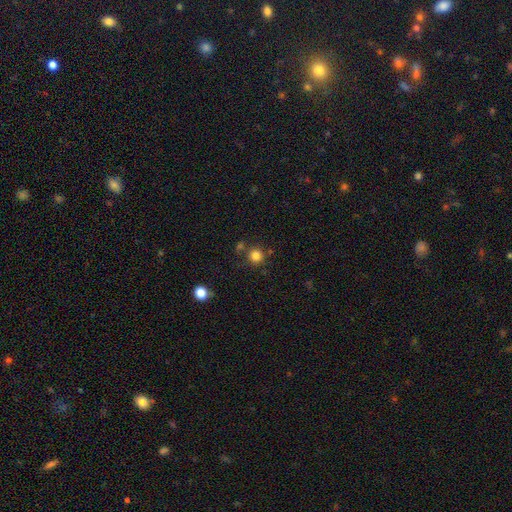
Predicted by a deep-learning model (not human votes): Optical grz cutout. It shows a smooth galaxy with no disk features (83%) that is round (93%). Merging: none (78%).